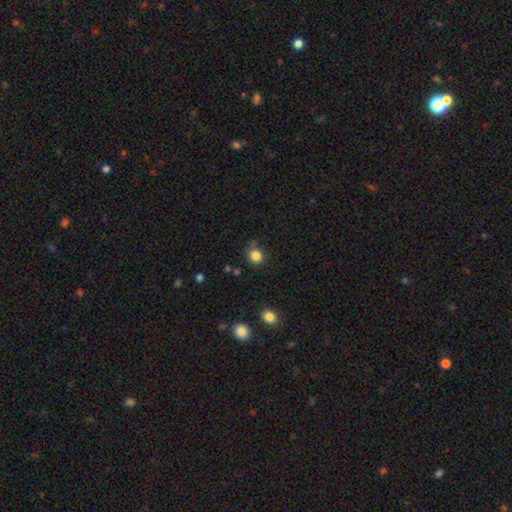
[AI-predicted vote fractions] smooth-or-featured: smooth: 84% | star or artifact: 12% | featured or disk: 4%
  how-rounded: round: 75% | in between: 24% | cigar-shaped: 1%
  merging: none: 75% | minor disturbance: 16% | merger: 5% | major disturbance: 4%